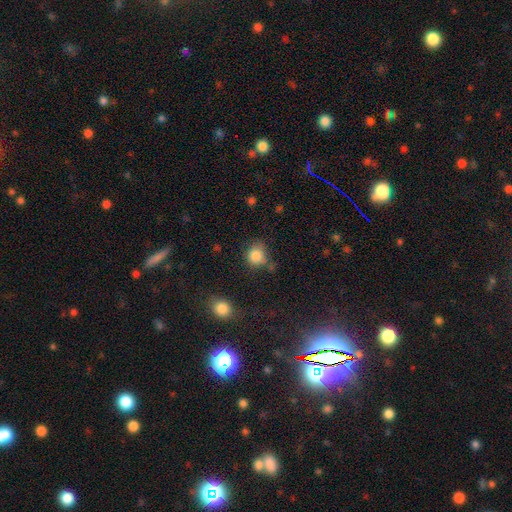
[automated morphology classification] A smooth galaxy with no disk features (84%) that is round (76%).

Vote fractions:
- Smooth or featured? smooth: 84% / star or artifact: 10% / featured or disk: 6%
- How rounded? round: 76% / in between: 23% / cigar-shaped: 1%
- Merging? none: 57% / minor disturbance: 26% / major disturbance: 9% / merger: 8%